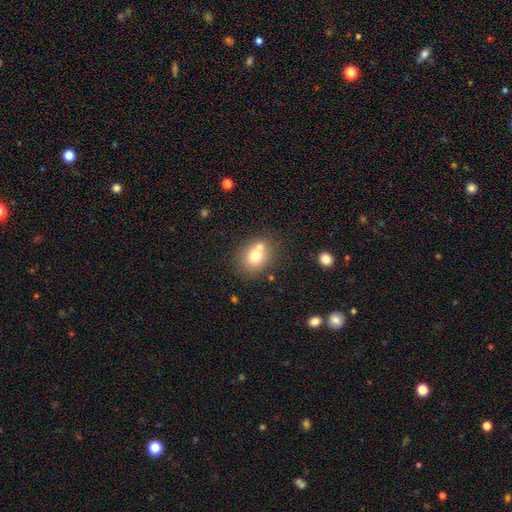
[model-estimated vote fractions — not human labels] Smooth or featured?
  - smooth: 72% *
  - featured or disk: 17%
  - star or artifact: 11%
How rounded?
  - round: 57% *
  - in between: 42%
  - cigar-shaped: 1%
Merging?
  - none: 56% *
  - merger: 28%
  - minor disturbance: 12%
  - major disturbance: 4%